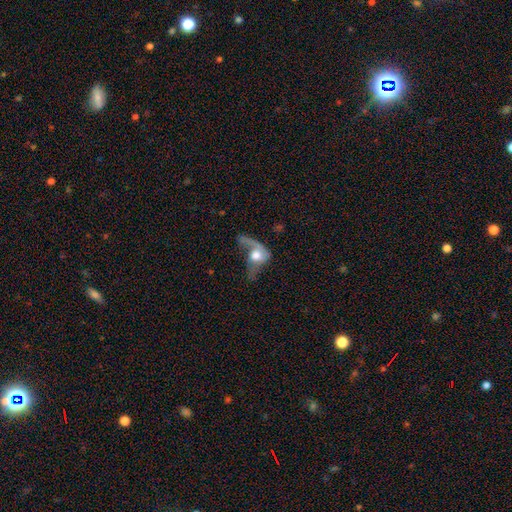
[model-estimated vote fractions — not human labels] This appears to be a featured or disk galaxy (54%). Merging: major disturbance (57%).